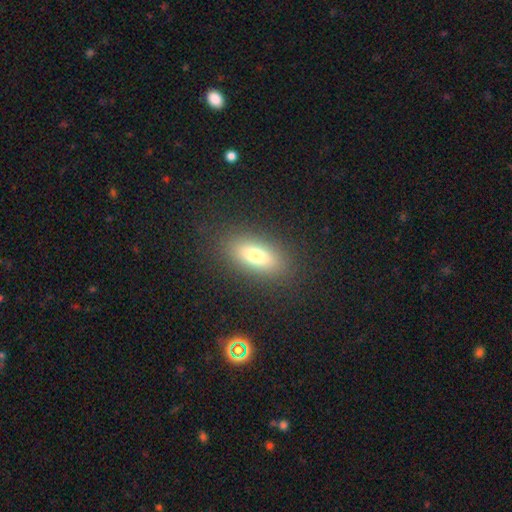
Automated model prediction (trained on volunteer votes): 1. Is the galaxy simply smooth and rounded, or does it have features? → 71% smooth, 18% featured or disk, 11% star or artifact.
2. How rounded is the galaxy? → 77% in between, 18% cigar-shaped, 5% round.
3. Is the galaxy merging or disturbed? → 86% none, 9% minor disturbance, 4% major disturbance, 1% merger.